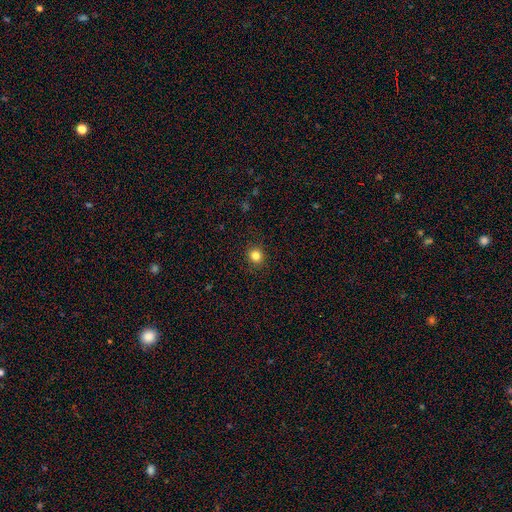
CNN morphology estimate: Smooth or featured? smooth (83%)
How rounded? round (87%)
Merging? none (91%)